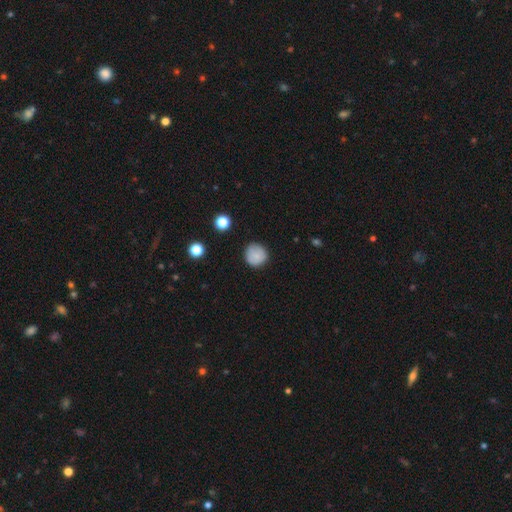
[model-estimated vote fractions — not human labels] smooth_or_featured: smooth (p=0.79) [alt: featured or disk p=0.12]
how_rounded: round (p=0.92) [alt: in between p=0.07]
merging: none (p=0.82) [alt: minor disturbance p=0.14]